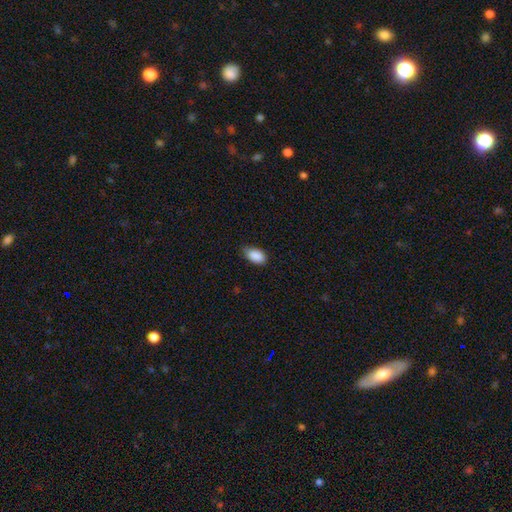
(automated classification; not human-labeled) smooth 89%, star or artifact 7%, featured or disk 4%. Down the decision tree: how rounded — in between (93%); merging — none (71%).